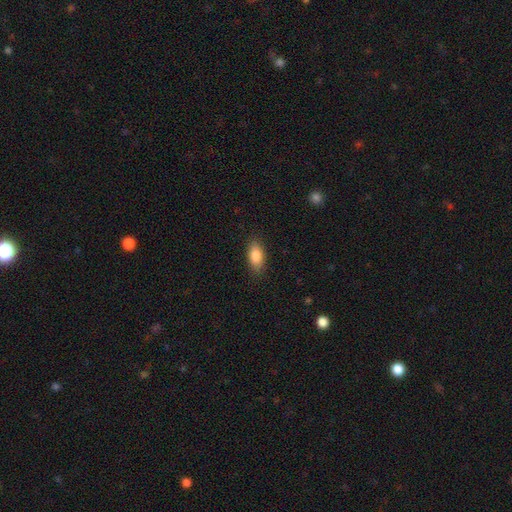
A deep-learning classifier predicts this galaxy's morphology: Smooth or featured? smooth (86%)
How rounded? in between (88%)
Merging? none (85%)